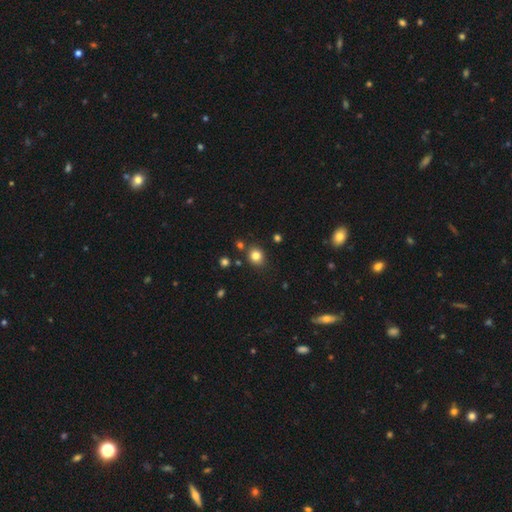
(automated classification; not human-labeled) smooth-or-featured: smooth: 81% | star or artifact: 13% | featured or disk: 6%
  how-rounded: round: 73% | in between: 26% | cigar-shaped: 1%
  merging: none: 82% | minor disturbance: 11% | merger: 5% | major disturbance: 3%